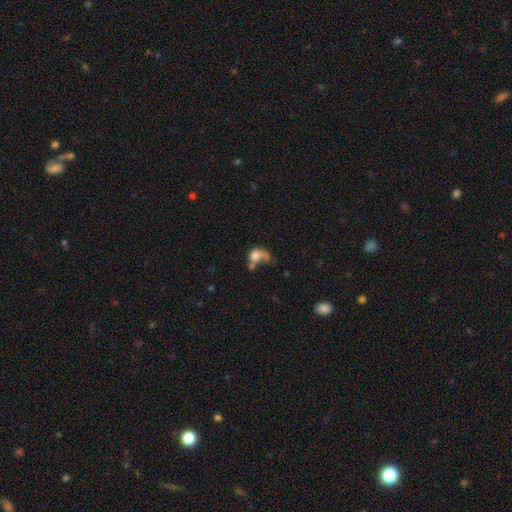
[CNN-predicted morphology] Smooth or featured: smooth — 61% (featured or disk — 27%)
How rounded: in between — 58% (round — 39%)
Merging: major disturbance — 39% (merger — 29%)